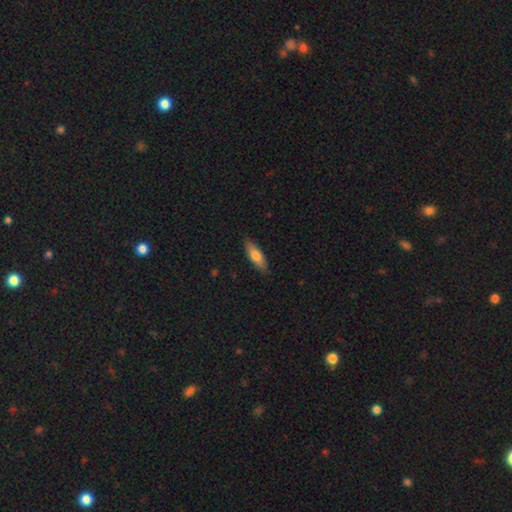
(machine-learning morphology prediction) Smooth or featured?
  - smooth: 70% *
  - featured or disk: 24%
  - star or artifact: 6%
How rounded?
  - cigar-shaped: 49% * (tied)
  - in between: 49% * (tied)
  - round: 2%
Merging?
  - none: 87% *
  - minor disturbance: 10%
  - major disturbance: 2%
  - merger: 1%